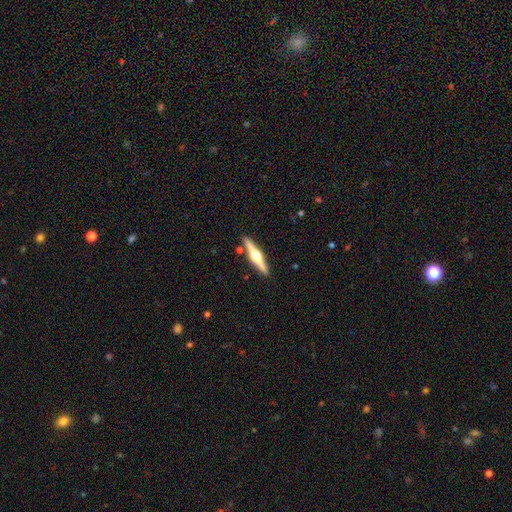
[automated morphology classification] A featured or disk galaxy (74%) viewed edge-on (98%) with a rounded central bulge (95%). Merging: none (89%).